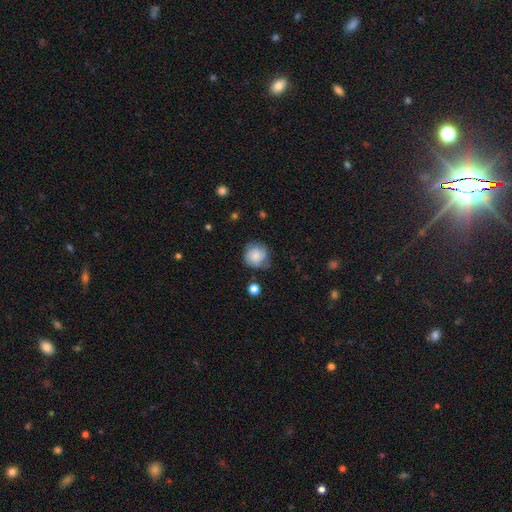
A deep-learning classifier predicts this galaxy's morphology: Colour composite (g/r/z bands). It shows a smooth galaxy with no disk features (71%) that is round (90%). Merging: none (72%).